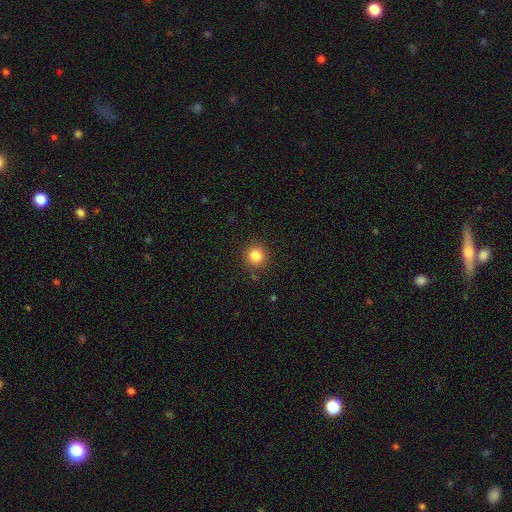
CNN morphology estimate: smooth_or_featured: smooth (p=0.83) [alt: star or artifact p=0.12]
how_rounded: round (p=0.93) [alt: in between p=0.06]
merging: none (p=0.89) [alt: minor disturbance p=0.07]